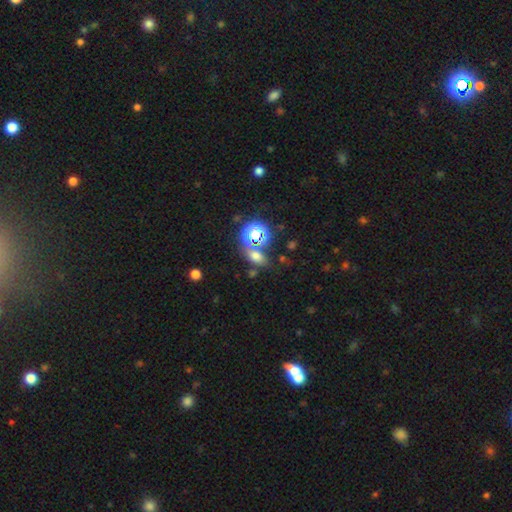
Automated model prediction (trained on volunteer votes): smooth-or-featured: smooth: 58% | star or artifact: 32% | featured or disk: 10%
  how-rounded: in between: 66% | round: 31% | cigar-shaped: 3%
  merging: none: 65% | merger: 17% | minor disturbance: 12% | major disturbance: 6%